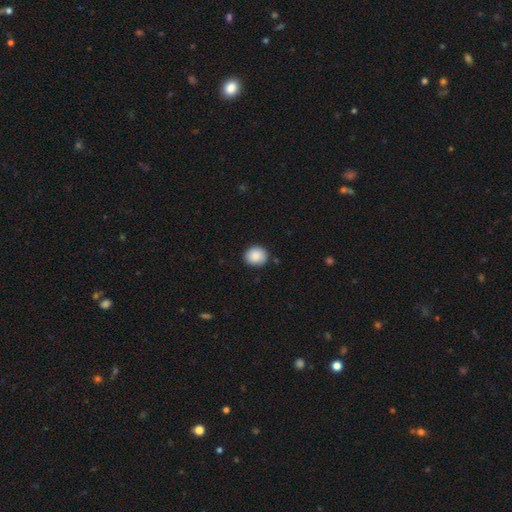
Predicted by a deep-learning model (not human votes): smooth_or_featured: smooth (p=0.88) [alt: star or artifact p=0.07]
how_rounded: round (p=0.76) [alt: in between p=0.23]
merging: none (p=0.86) [alt: minor disturbance p=0.10]